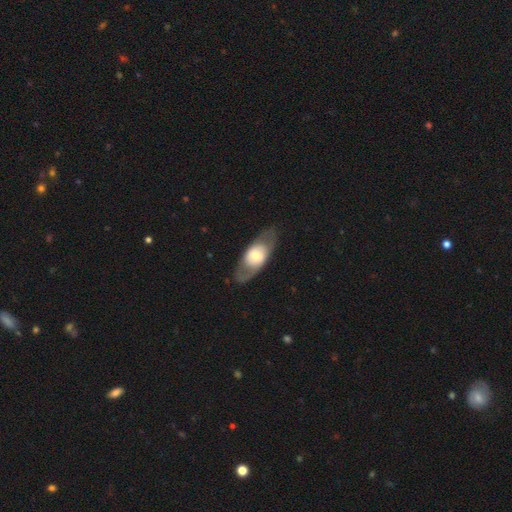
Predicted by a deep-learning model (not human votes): The model was most divided on "smooth or featured": featured or disk: 54%, smooth: 41%, star or artifact: 5%. More confident: merging — none (77%); edge-on disk — no (76%).